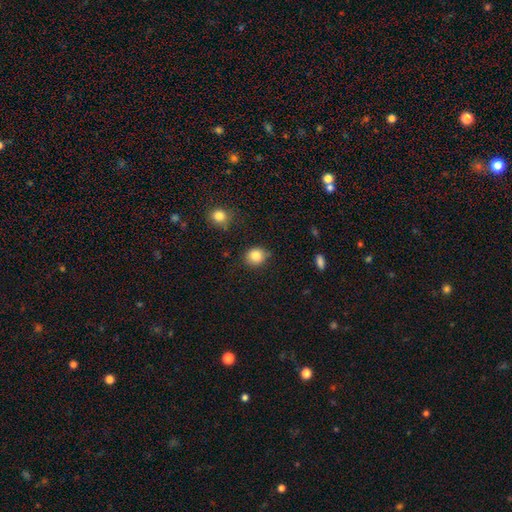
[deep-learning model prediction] Smooth or featured? smooth (84%)
How rounded? round (76%)
Merging? none (79%)